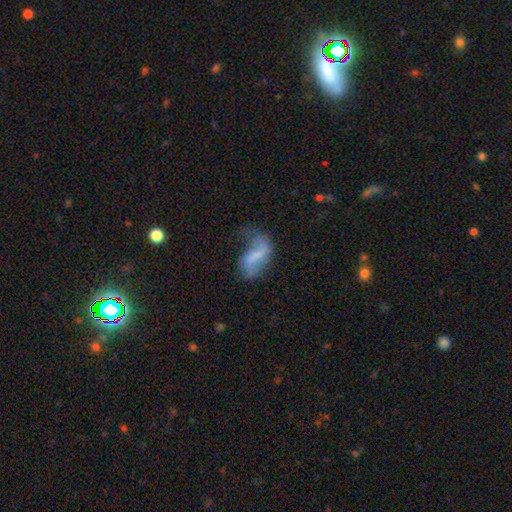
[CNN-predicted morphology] smooth_or_featured: featured or disk (p=0.55) [alt: smooth p=0.36]
disk_edge_on: no (p=0.95) [alt: yes p=0.05]
bar: weak (p=0.40) [alt: strong p=0.36]
has_spiral_arms: yes (p=0.69) [alt: no p=0.31]
bulge_size: none (p=0.52) [alt: small p=0.27]
merging: major disturbance (p=0.36) [alt: none p=0.32]